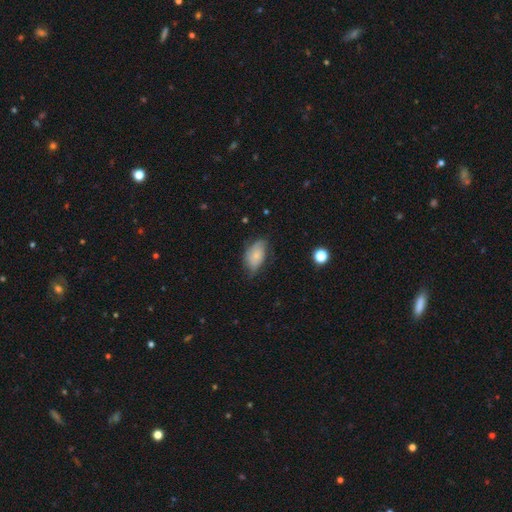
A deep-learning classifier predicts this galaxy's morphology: Smooth or featured: smooth — 62% (featured or disk — 30%)
How rounded: in between — 91% (round — 6%)
Merging: none — 50% (minor disturbance — 37%)